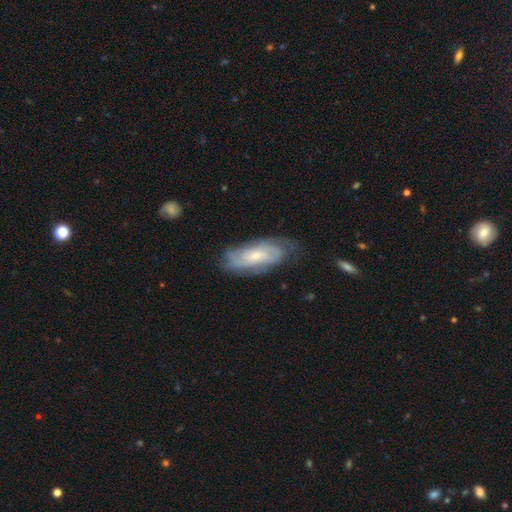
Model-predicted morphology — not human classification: smooth_or_featured: featured or disk (p=0.65) [alt: smooth p=0.28]
disk_edge_on: no (p=0.89) [alt: yes p=0.11]
bar: no (p=0.63) [alt: weak p=0.31]
has_spiral_arms: yes (p=0.87) [alt: no p=0.13]
spiral_winding: tight (p=0.56) [alt: medium p=0.33]
spiral_arm_count: can't tell (p=0.49) [alt: 2 p=0.27]
bulge_size: small (p=0.55) [alt: moderate p=0.37]
merging: none (p=0.69) [alt: minor disturbance p=0.23]